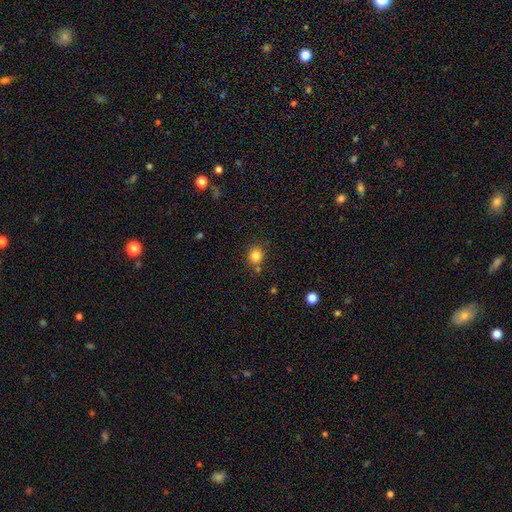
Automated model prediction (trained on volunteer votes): Morphology: type=smooth (83%); roundness=round (85%); merging=none (74%).